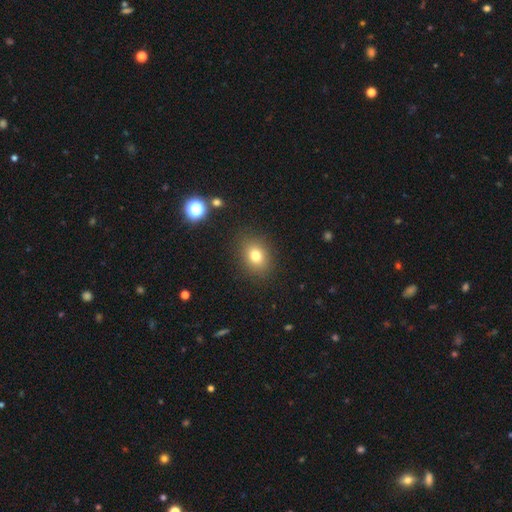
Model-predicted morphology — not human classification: Smooth or featured? Predicted: smooth (p=0.77). How rounded? Predicted: in between (p=0.52). Merging? Predicted: none (p=0.87).